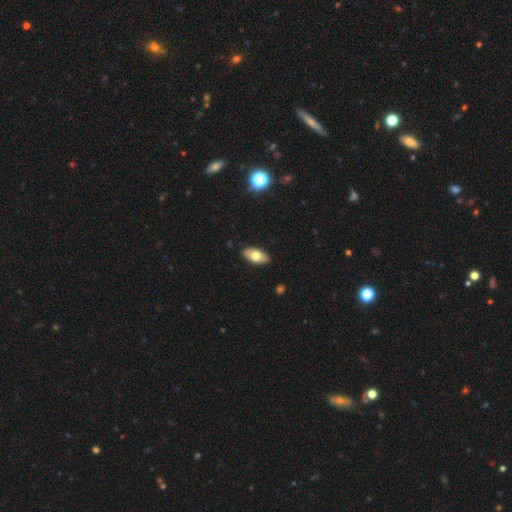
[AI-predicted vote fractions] smooth-or-featured: smooth: 71% | featured or disk: 23% | star or artifact: 7%
  how-rounded: in between: 92% | cigar-shaped: 5% | round: 3%
  merging: none: 89% | minor disturbance: 8% | major disturbance: 2% | merger: 1%